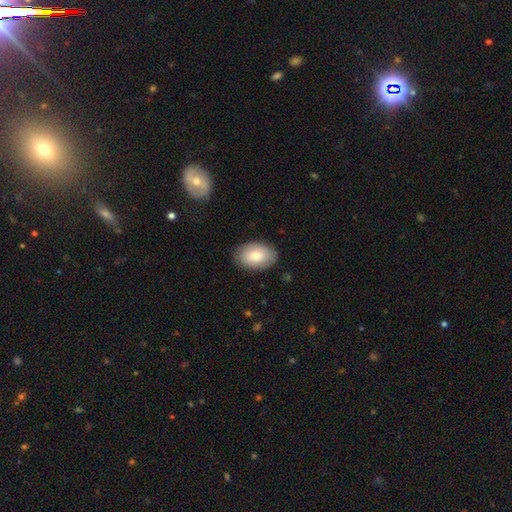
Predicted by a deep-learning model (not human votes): The model was most divided on "smooth or featured": smooth: 78%, featured or disk: 15%, star or artifact: 6%. More confident: how rounded — in between (88%); merging — none (86%).